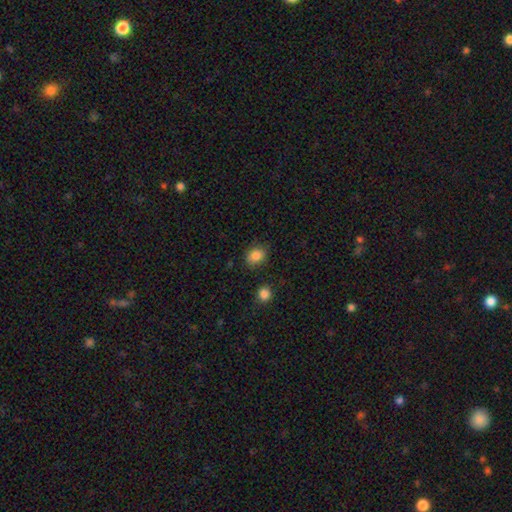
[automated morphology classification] type=smooth (85%); roundness=in between (60%); merging=none (79%).